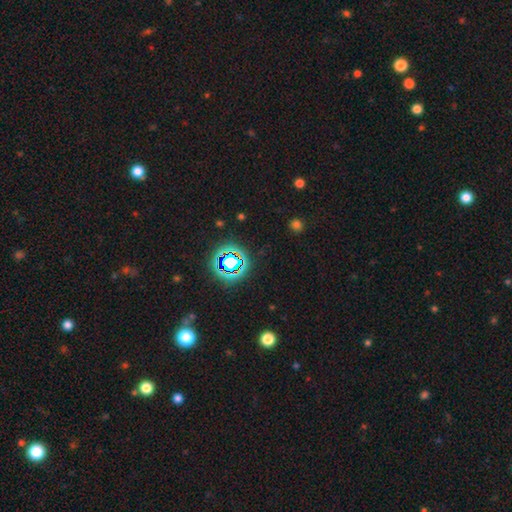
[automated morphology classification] type=star or artifact (77%).